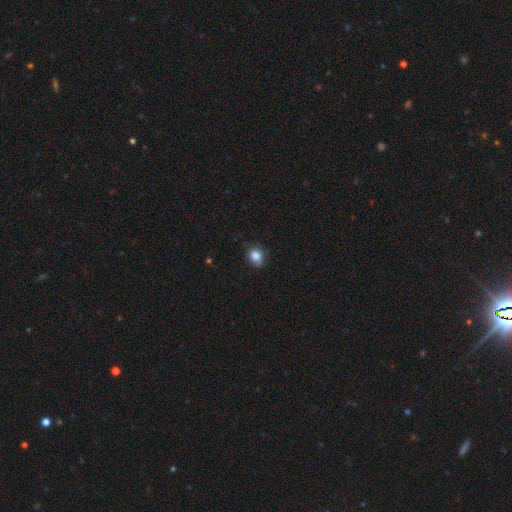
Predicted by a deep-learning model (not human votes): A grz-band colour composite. It shows a smooth galaxy with no disk features (83%) that is round (64%). Merging: none (73%).